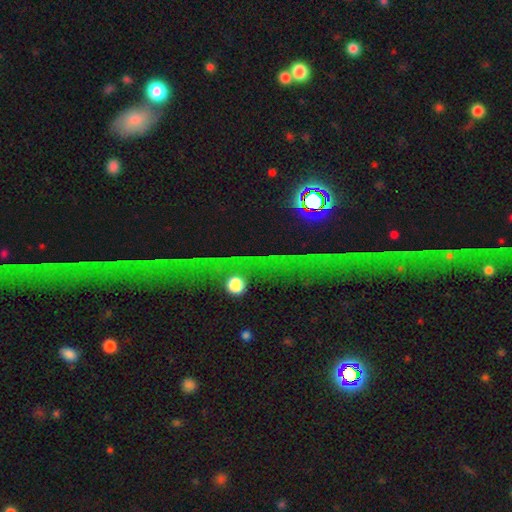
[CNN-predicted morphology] smooth_or_featured: star or artifact (p=0.71) [alt: smooth p=0.17]